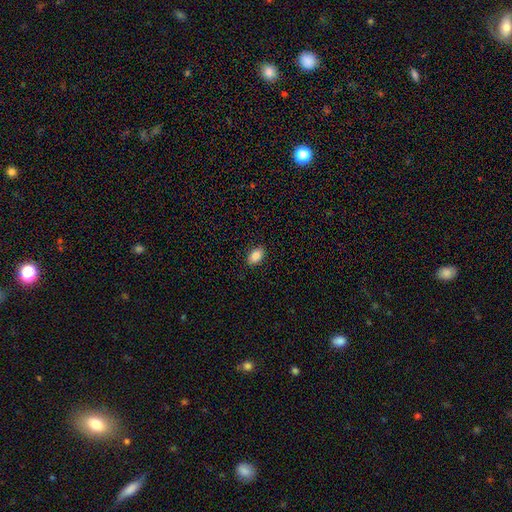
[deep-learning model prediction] A smooth galaxy with no disk features (86%) that is in between round and cigar-shaped (91%).

Vote fractions:
- Smooth or featured? smooth: 86% / star or artifact: 8% / featured or disk: 6%
- How rounded? in between: 91% / round: 7% / cigar-shaped: 2%
- Merging? none: 88% / minor disturbance: 9% / major disturbance: 2% / merger: 1%